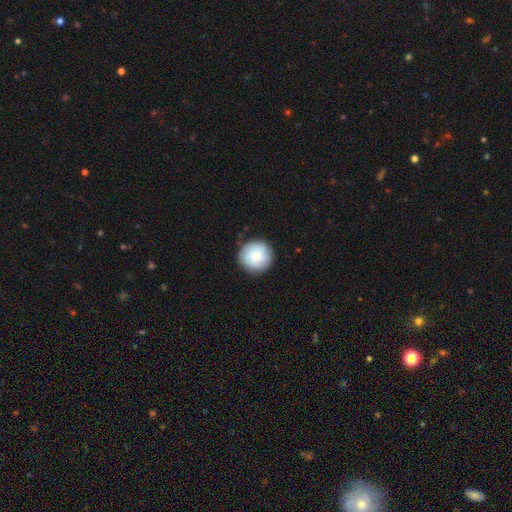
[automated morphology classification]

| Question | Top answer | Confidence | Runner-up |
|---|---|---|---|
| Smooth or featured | smooth | 83% | featured or disk (11%) |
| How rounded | round | 95% | in between (4%) |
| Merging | none | 90% | minor disturbance (7%) |